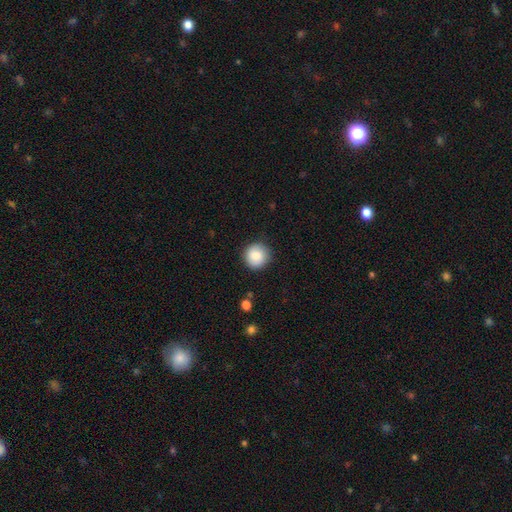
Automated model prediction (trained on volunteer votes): Smooth or featured?
  - smooth: 85% *
  - star or artifact: 8%
  - featured or disk: 7%
How rounded?
  - round: 95% *
  - in between: 4%
  - cigar-shaped: 1%
Merging?
  - none: 88% *
  - minor disturbance: 8%
  - major disturbance: 2%
  - merger: 1%